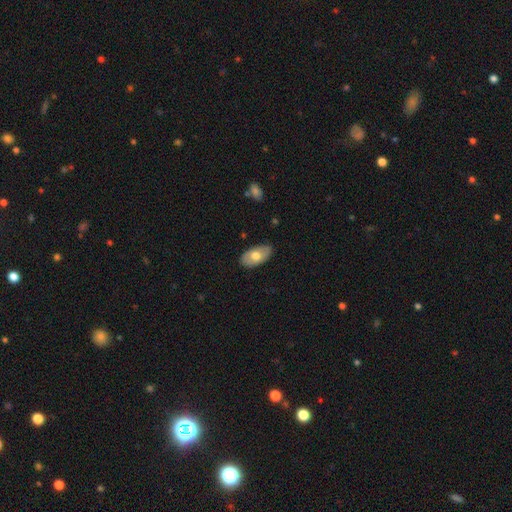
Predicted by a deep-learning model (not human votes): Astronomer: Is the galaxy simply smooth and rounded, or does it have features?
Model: smooth — 65%.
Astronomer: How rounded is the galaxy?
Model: in between — 94%.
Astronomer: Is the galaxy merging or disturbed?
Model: none — 81%.